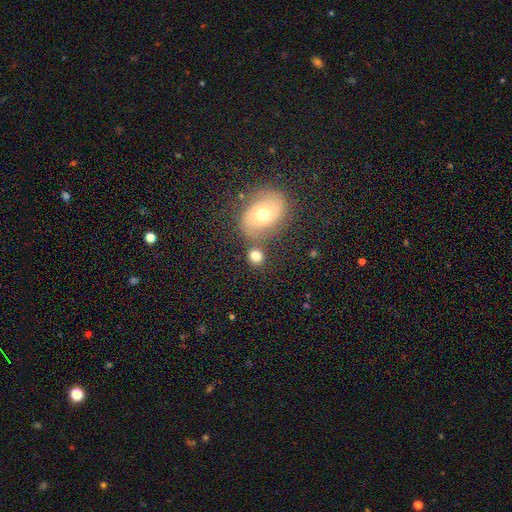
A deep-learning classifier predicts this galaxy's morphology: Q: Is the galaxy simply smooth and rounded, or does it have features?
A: smooth — 74%.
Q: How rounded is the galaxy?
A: round — 69%.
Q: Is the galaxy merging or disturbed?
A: none — 68%.